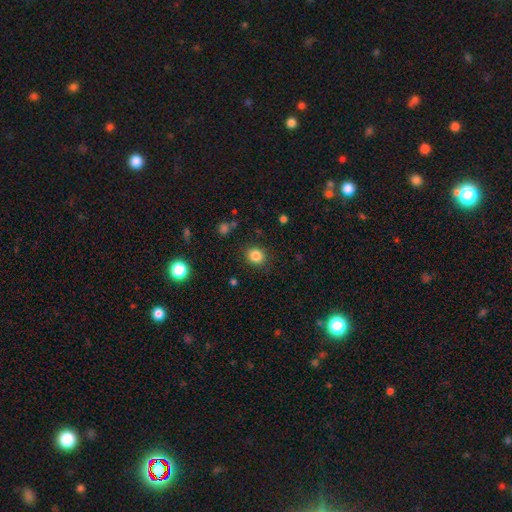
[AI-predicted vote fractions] Smooth or featured: smooth — 84% (star or artifact — 11%)
How rounded: round — 79% (in between — 20%)
Merging: none — 87% (minor disturbance — 9%)